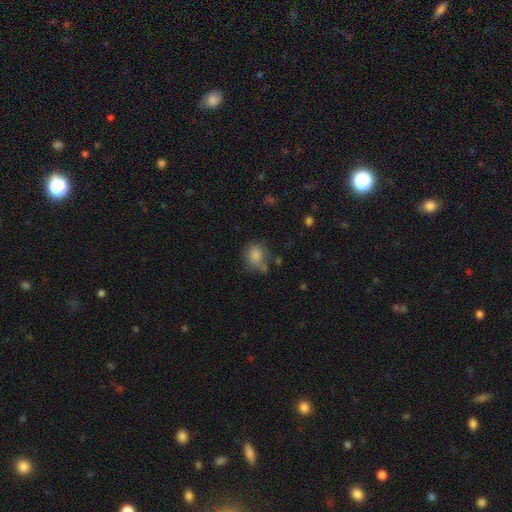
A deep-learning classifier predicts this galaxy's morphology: type=smooth (78%); roundness=round (56%); merging=none (47%).